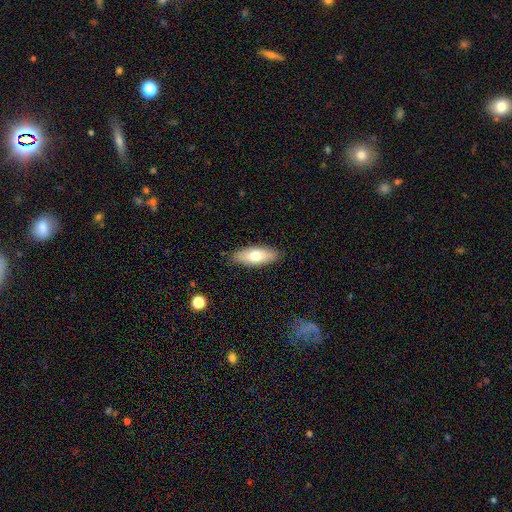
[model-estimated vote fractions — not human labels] Morphology: type=smooth (73%); roundness=in between (75%); merging=none (86%).